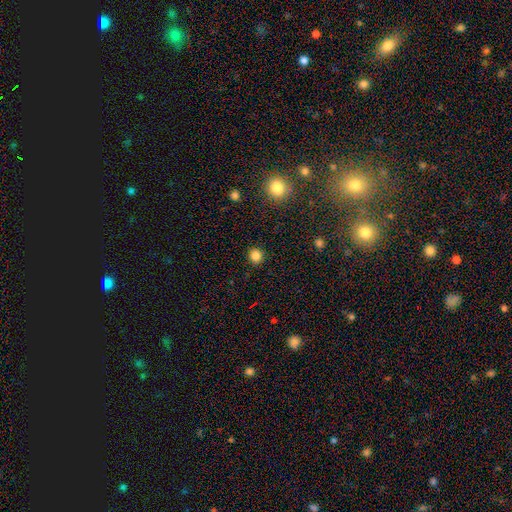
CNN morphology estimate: This appears to be a smooth galaxy with no disk features (84%) that is round (91%). Merging: none (92%).